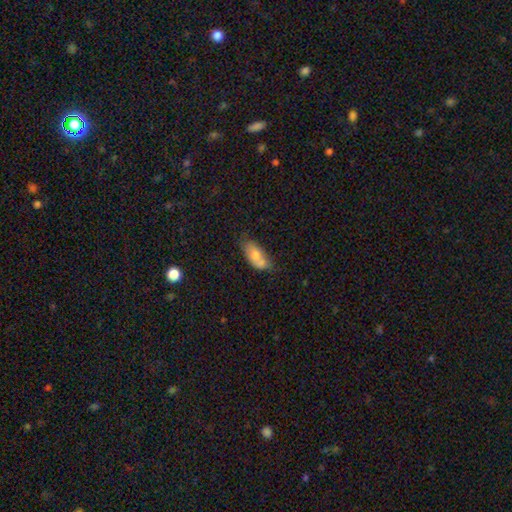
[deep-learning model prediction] Smooth or featured? Predicted: smooth (p=0.69). How rounded? Predicted: in between (p=0.87). Merging? Predicted: none (p=0.46).